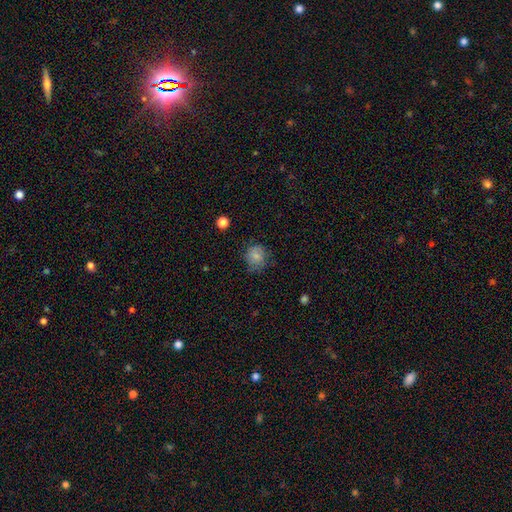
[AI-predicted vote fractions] A smooth galaxy with no disk features (76%) that is round (79%).

Vote fractions:
- Smooth or featured? smooth: 76% / featured or disk: 14% / star or artifact: 10%
- How rounded? round: 79% / in between: 20% / cigar-shaped: 1%
- Merging? none: 67% / minor disturbance: 24% / major disturbance: 7% / merger: 1%